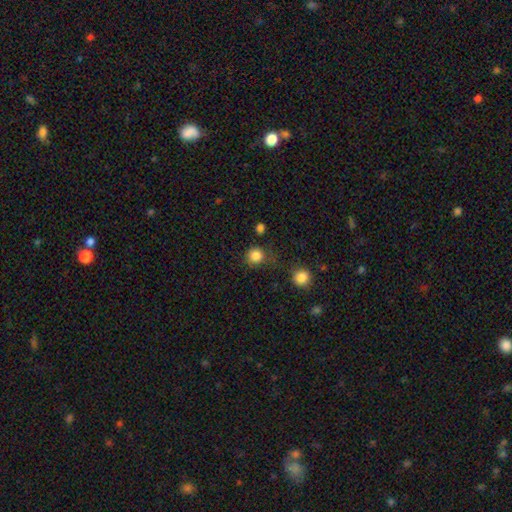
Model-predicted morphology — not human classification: The model was most divided on "merging": none: 79%, minor disturbance: 12%, merger: 4%, major disturbance: 4%. More confident: how rounded — round (92%); smooth or featured — smooth (84%).